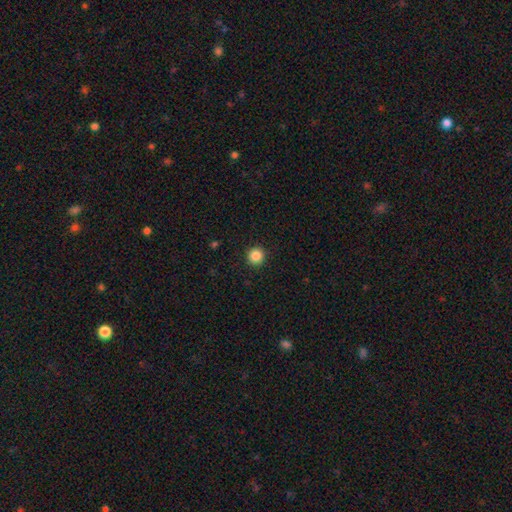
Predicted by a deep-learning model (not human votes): Smooth or featured: smooth — 86% (star or artifact — 10%)
How rounded: round — 94% (in between — 5%)
Merging: none — 92% (minor disturbance — 5%)